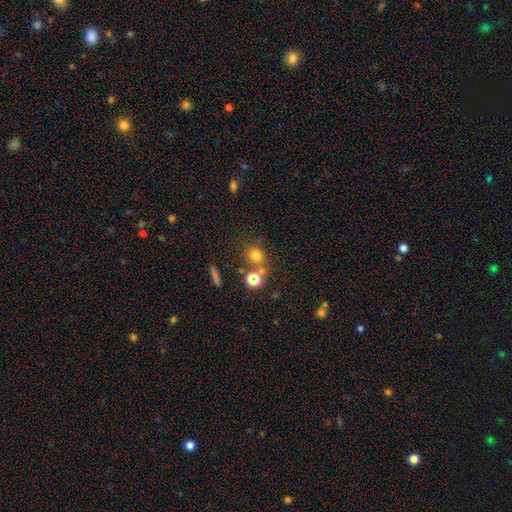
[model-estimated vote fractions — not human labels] Smooth or featured? Predicted: smooth (p=0.70). How rounded? Predicted: round (p=0.80). Merging? Predicted: none (p=0.64).